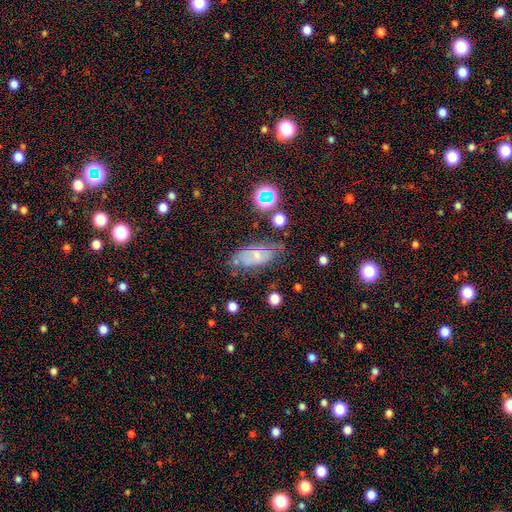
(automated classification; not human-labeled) This appears to be a smooth galaxy with no disk features (44%). Merging: none (54%).